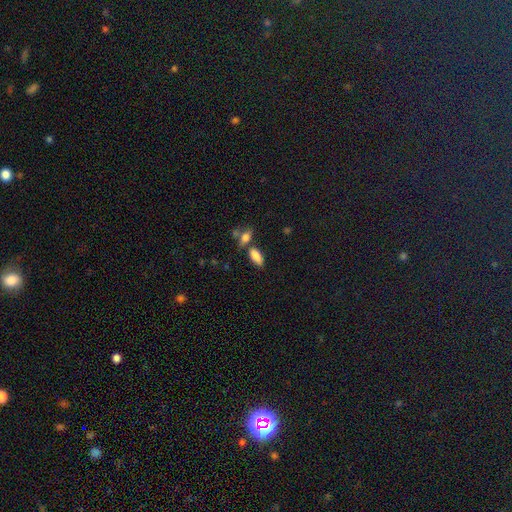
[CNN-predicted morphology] The model was most divided on "merging": none: 58%, merger: 21%, minor disturbance: 16%, major disturbance: 5%. More confident: how rounded — in between (87%); smooth or featured — smooth (85%).